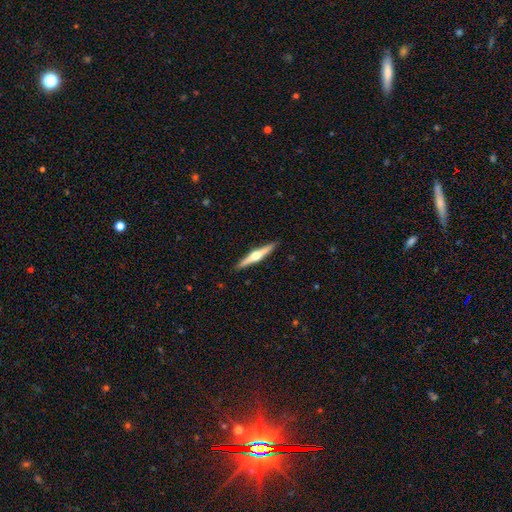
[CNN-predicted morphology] This is likely a featured or disk galaxy (72%). It is clearly viewed edge-on (98%). Edge-on bulge: clearly rounded (94%). Merging: clearly none (92%).